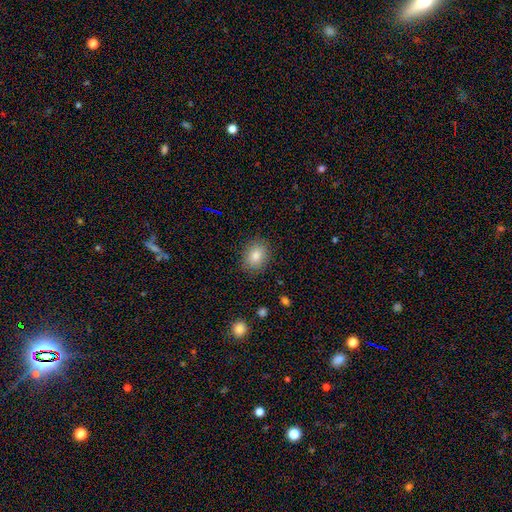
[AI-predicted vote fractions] A smooth galaxy with no disk features (82%) that is in between round and cigar-shaped (61%).

Vote fractions:
- Smooth or featured? smooth: 82% / star or artifact: 10% / featured or disk: 9%
- How rounded? in between: 61% / round: 38% / cigar-shaped: 1%
- Merging? none: 87% / minor disturbance: 9% / major disturbance: 3% / merger: 1%